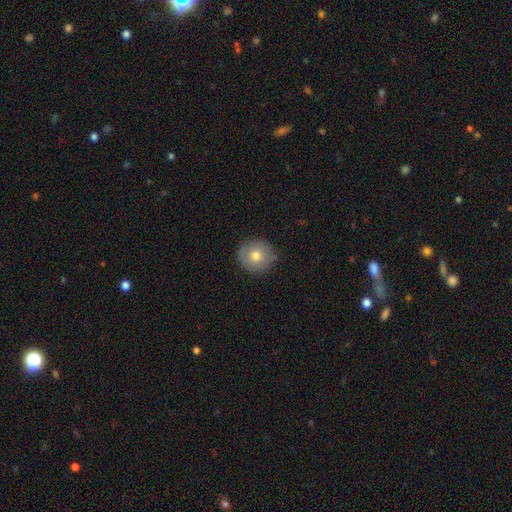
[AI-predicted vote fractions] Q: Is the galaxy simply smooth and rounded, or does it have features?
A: smooth — 71%.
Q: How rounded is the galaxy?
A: round — 92%.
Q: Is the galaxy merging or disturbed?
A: none — 82%.